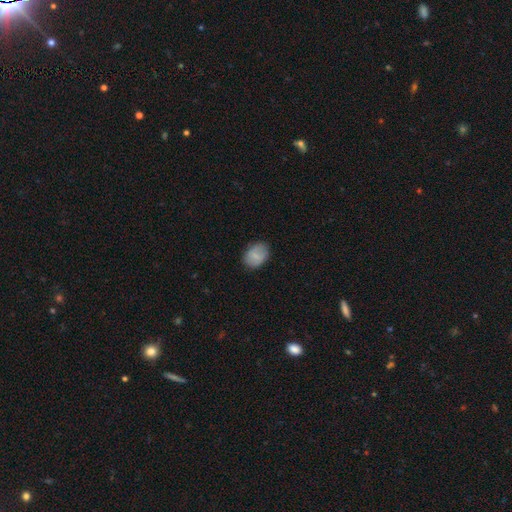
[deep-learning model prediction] The model was most divided on "how rounded": in between: 70%, round: 28%, cigar-shaped: 1%. More confident: merging — none (81%); smooth or featured — smooth (78%).